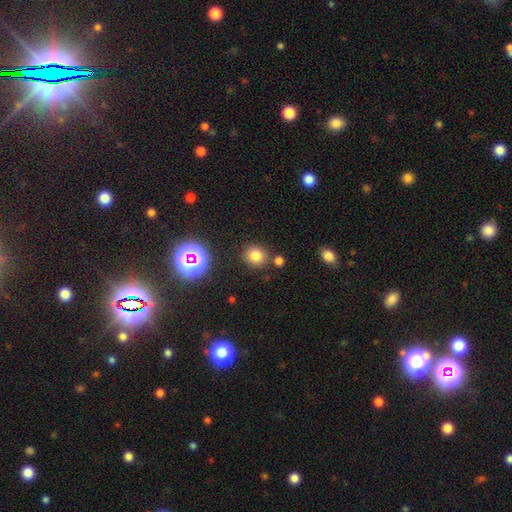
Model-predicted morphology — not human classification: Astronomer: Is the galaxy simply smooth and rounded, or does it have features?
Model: smooth — 77%.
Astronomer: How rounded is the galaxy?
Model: round — 83%.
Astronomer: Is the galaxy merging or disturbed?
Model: none — 80%.